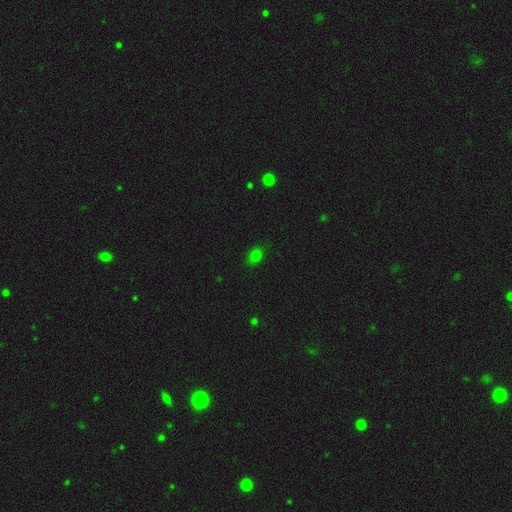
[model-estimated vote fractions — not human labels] A smooth galaxy with no disk features (76%) that is in between round and cigar-shaped (63%).

Vote fractions:
- Smooth or featured? smooth: 76% / star or artifact: 18% / featured or disk: 6%
- How rounded? in between: 63% / round: 35% / cigar-shaped: 2%
- Merging? none: 84% / minor disturbance: 12% / major disturbance: 3% / merger: 1%